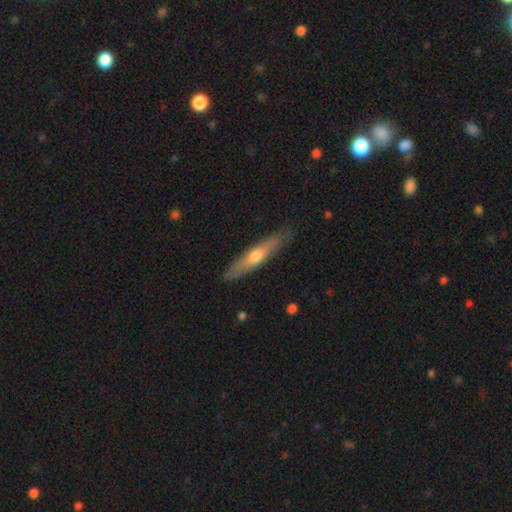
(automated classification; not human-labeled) smooth_or_featured: featured or disk (p=0.49) [alt: smooth p=0.46]
merging: none (p=0.85) [alt: minor disturbance p=0.12]